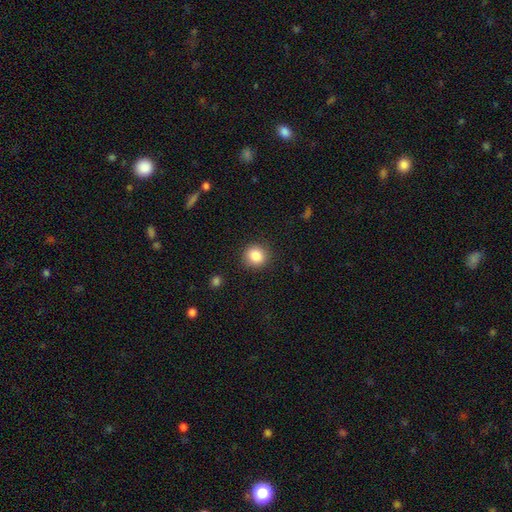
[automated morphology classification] Smooth or featured? smooth (85%)
How rounded? round (88%)
Merging? none (90%)